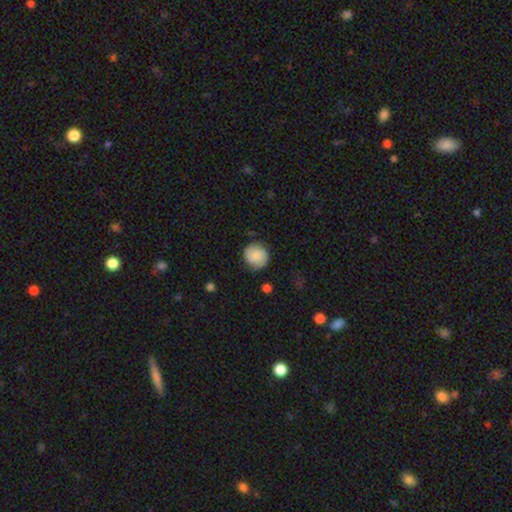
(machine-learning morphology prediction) smooth 81%, featured or disk 12%, star or artifact 7%. Down the decision tree: how rounded — round (89%); merging — none (82%).